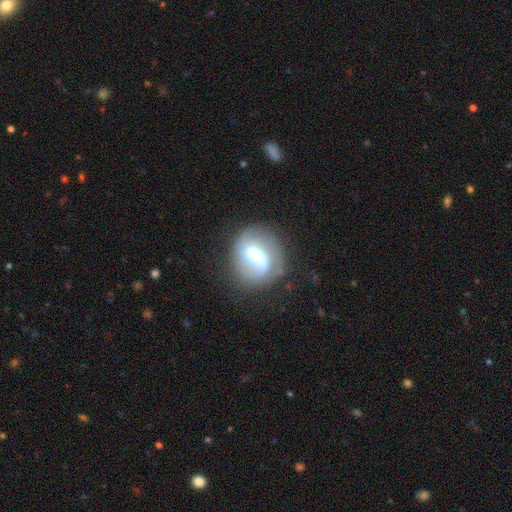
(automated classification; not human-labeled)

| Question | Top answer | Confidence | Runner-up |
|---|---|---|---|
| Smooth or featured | featured or disk | 62% | smooth (30%) |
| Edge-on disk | no | 94% | yes (6%) |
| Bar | strong | 44% | weak (40%) |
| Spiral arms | yes | 67% | no (33%) |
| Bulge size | moderate | 56% | small (23%) |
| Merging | none | 64% | minor disturbance (20%) |